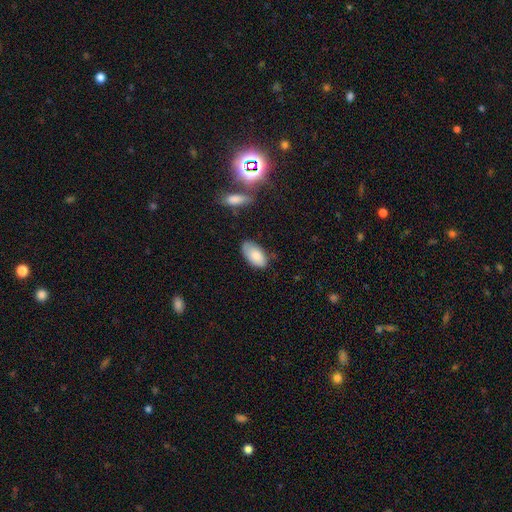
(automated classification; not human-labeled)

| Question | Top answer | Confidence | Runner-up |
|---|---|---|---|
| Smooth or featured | smooth | 83% | featured or disk (11%) |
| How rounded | in between | 95% | cigar-shaped (3%) |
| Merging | none | 64% | minor disturbance (27%) |